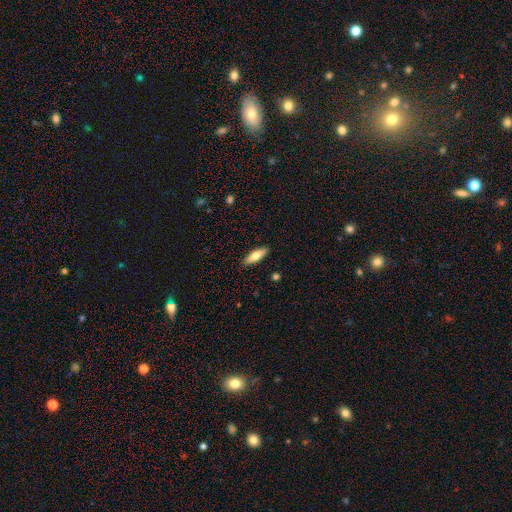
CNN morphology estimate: smooth_or_featured: smooth (p=0.68) [alt: featured or disk p=0.26]
how_rounded: cigar-shaped (p=0.53) [alt: in between p=0.45]
merging: none (p=0.89) [alt: minor disturbance p=0.08]